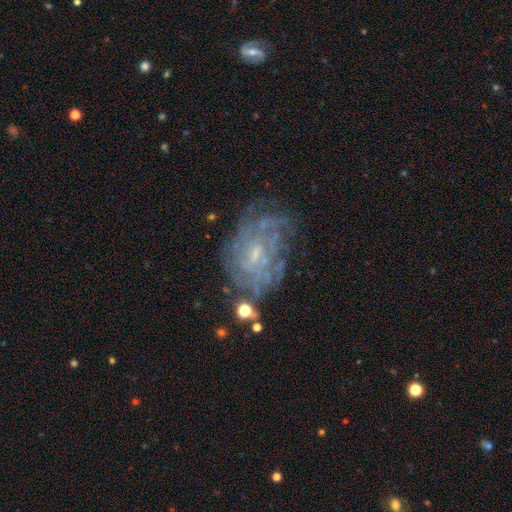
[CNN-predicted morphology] A featured or disk galaxy (76%) with no bar (54%), tight (61%) spiral arms (83%) and a small central bulge (65%). Merging: none (63%).